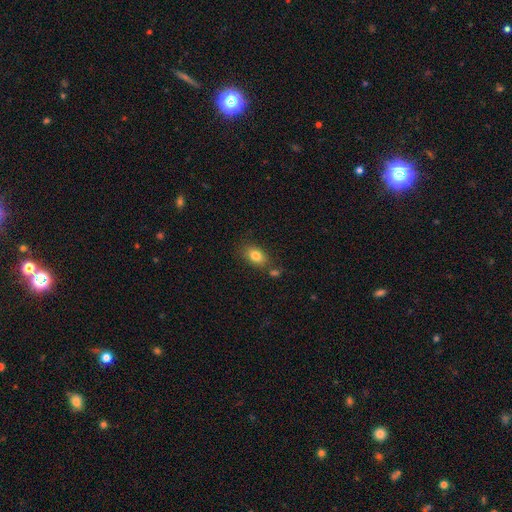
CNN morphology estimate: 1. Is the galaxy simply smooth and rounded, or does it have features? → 81% smooth, 10% featured or disk, 9% star or artifact.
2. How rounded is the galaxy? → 84% in between, 14% round, 2% cigar-shaped.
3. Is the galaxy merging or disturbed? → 72% none, 14% minor disturbance, 11% merger, 4% major disturbance.